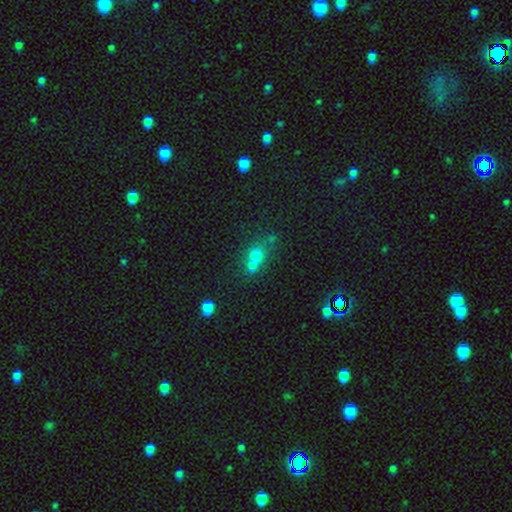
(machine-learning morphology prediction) smooth_or_featured: smooth (p=0.64) [alt: star or artifact p=0.18]
how_rounded: round (p=0.73) [alt: in between p=0.25]
merging: merger (p=0.62) [alt: none p=0.27]